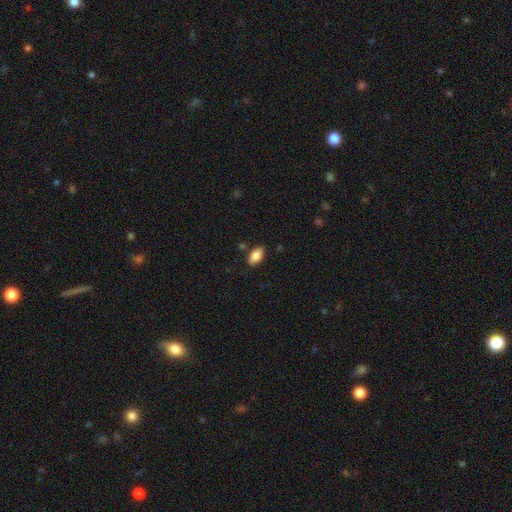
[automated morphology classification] A smooth galaxy with no disk features (86%) that is in between round and cigar-shaped (92%).

Vote fractions:
- Smooth or featured? smooth: 86% / star or artifact: 7% / featured or disk: 7%
- How rounded? in between: 92% / round: 5% / cigar-shaped: 3%
- Merging? none: 84% / minor disturbance: 11% / merger: 3% / major disturbance: 2%